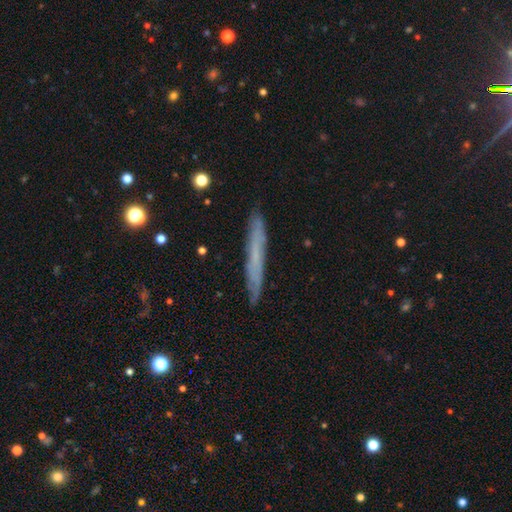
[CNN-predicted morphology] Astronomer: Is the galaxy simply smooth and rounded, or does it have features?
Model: smooth — 52% (runner-up: featured or disk, 39%).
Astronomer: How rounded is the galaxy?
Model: cigar-shaped — 96%.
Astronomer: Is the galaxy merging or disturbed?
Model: none — 89%.